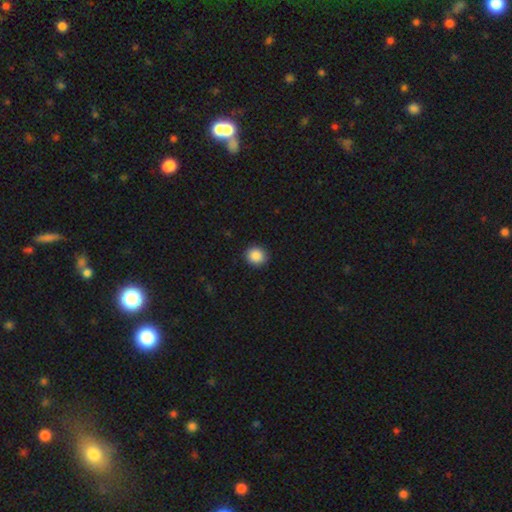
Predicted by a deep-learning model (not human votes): smooth_or_featured: smooth (p=0.89) [alt: star or artifact p=0.08]
how_rounded: round (p=0.87) [alt: in between p=0.12]
merging: none (p=0.91) [alt: minor disturbance p=0.06]